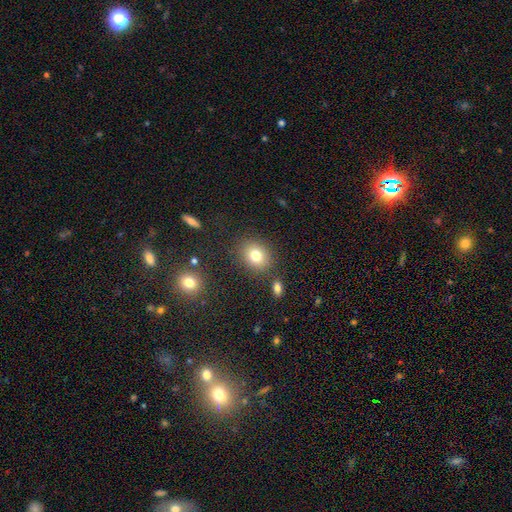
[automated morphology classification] Smooth or featured?
  - smooth: 79% *
  - star or artifact: 12%
  - featured or disk: 9%
How rounded?
  - round: 59% *
  - in between: 40%
  - cigar-shaped: 1%
Merging?
  - none: 82% *
  - minor disturbance: 10%
  - merger: 5%
  - major disturbance: 4%